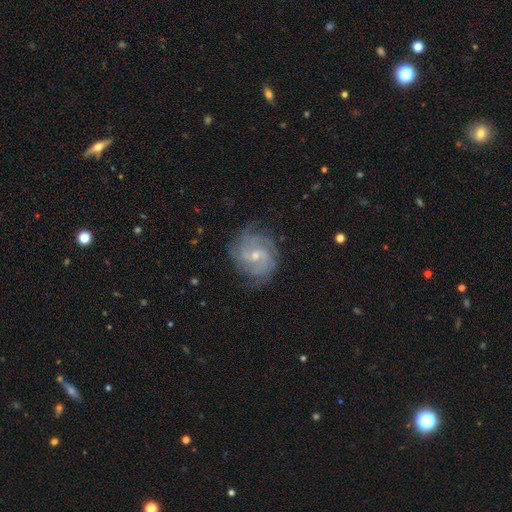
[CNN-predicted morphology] Smooth or featured? featured or disk (84%)
Edge-on disk? no (98%)
Bar? no (50%)
Spiral arms? yes (95%)
Spiral winding? tight (56%)
Spiral arm count? can't tell (28%)
Bulge size? small (61%)
Merging? none (73%)